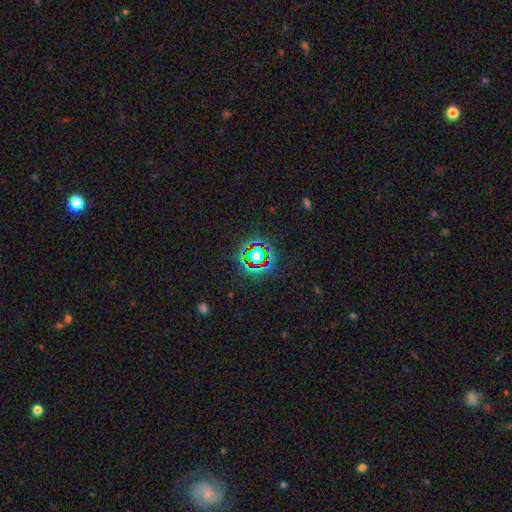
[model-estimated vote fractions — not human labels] A star or artifact, not a galaxy (71%).

Vote fractions:
- Smooth or featured? star or artifact: 71% / smooth: 18% / featured or disk: 10%